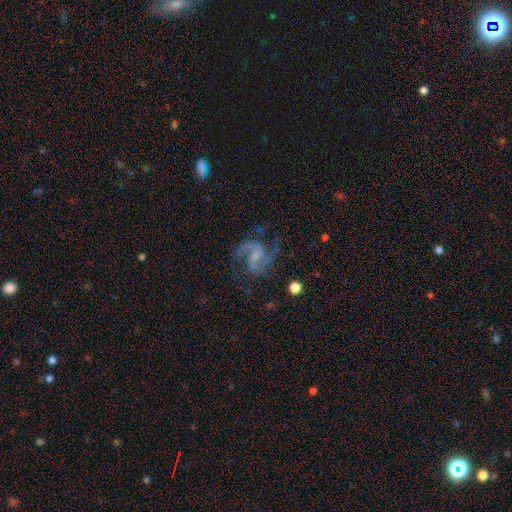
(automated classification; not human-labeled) smooth_or_featured: featured or disk (p=0.86) [alt: smooth p=0.07]
disk_edge_on: no (p=0.98) [alt: yes p=0.02]
bar: weak (p=0.52) [alt: no p=0.31]
has_spiral_arms: yes (p=0.97) [alt: no p=0.03]
spiral_winding: medium (p=0.55) [alt: loose p=0.33]
spiral_arm_count: 2 (p=0.81) [alt: 3 p=0.08]
bulge_size: small (p=0.46) [alt: none p=0.29]
merging: none (p=0.68) [alt: minor disturbance p=0.17]